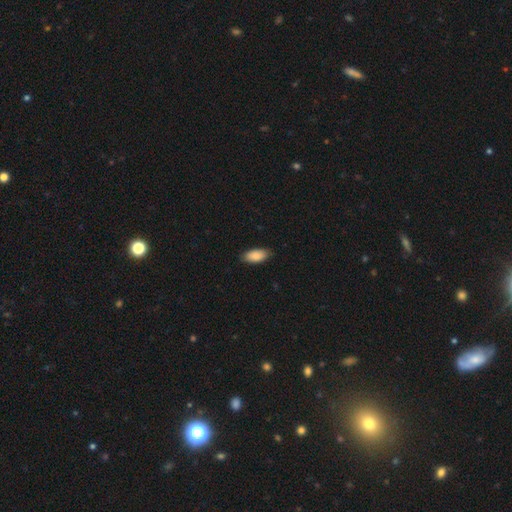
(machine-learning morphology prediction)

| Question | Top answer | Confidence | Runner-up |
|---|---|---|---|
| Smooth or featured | smooth | 87% | featured or disk (7%) |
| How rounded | in between | 91% | cigar-shaped (6%) |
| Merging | none | 84% | minor disturbance (13%) |